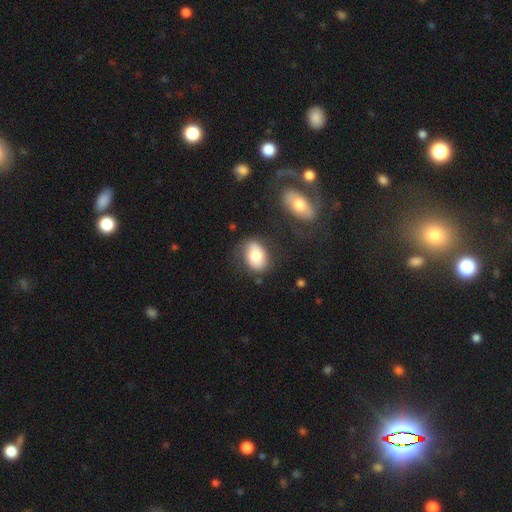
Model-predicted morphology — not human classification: type=smooth (72%); roundness=in between (79%); merging=none (71%).